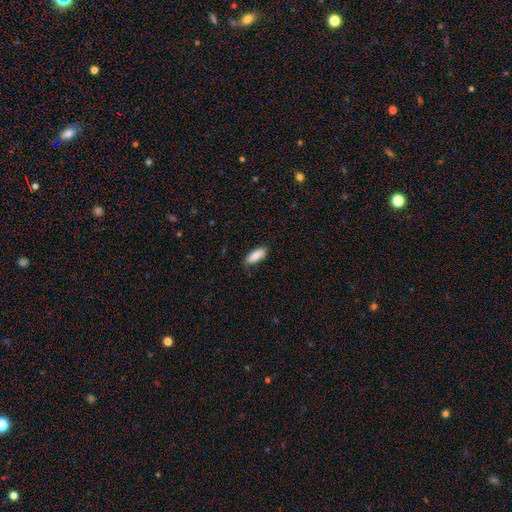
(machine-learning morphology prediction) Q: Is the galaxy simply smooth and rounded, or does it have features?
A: smooth — 86%.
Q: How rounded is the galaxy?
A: in between — 72%.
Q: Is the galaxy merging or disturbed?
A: none — 81%.